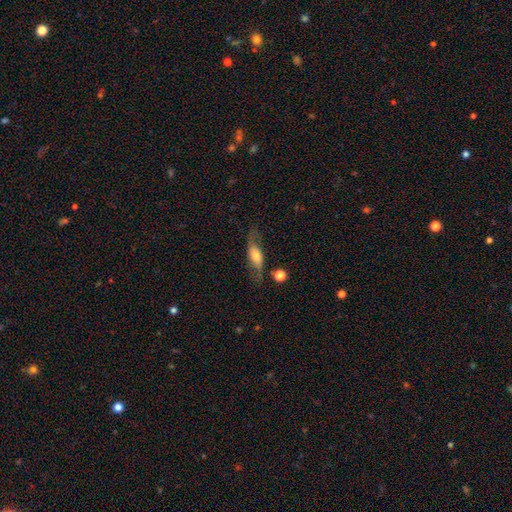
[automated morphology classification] Smooth or featured: smooth — 49% (featured or disk — 43%)
Merging: none — 62% (minor disturbance — 21%)